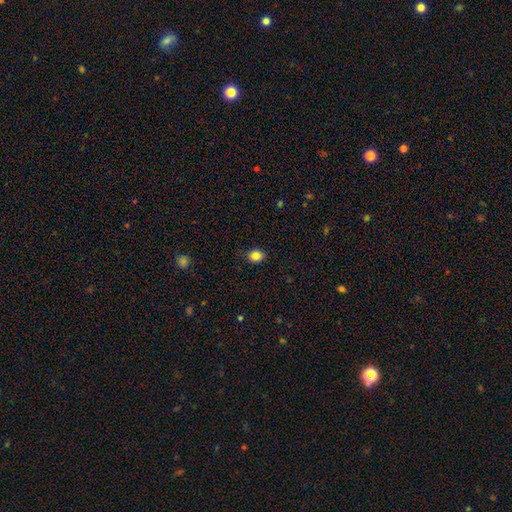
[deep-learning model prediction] Smooth or featured?
  - smooth: 84% *
  - star or artifact: 11%
  - featured or disk: 5%
How rounded?
  - round: 62% *
  - in between: 37%
  - cigar-shaped: 1%
Merging?
  - none: 88% *
  - minor disturbance: 9%
  - major disturbance: 2%
  - merger: 1%